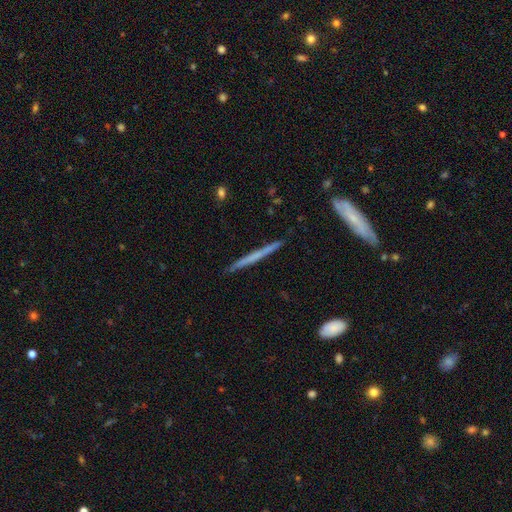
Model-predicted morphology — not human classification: smooth_or_featured: featured or disk (p=0.55) [alt: smooth p=0.39]
disk_edge_on: yes (p=0.96) [alt: no p=0.04]
edge_on_bulge: none (p=0.82) [alt: rounded p=0.12]
merging: none (p=0.89) [alt: minor disturbance p=0.08]